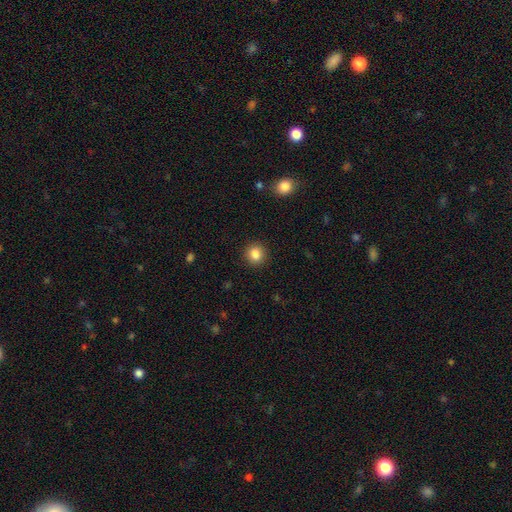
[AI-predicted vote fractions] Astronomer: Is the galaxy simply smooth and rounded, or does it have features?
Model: smooth — 85%.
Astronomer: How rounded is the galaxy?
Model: round — 87%.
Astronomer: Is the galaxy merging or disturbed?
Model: none — 91%.